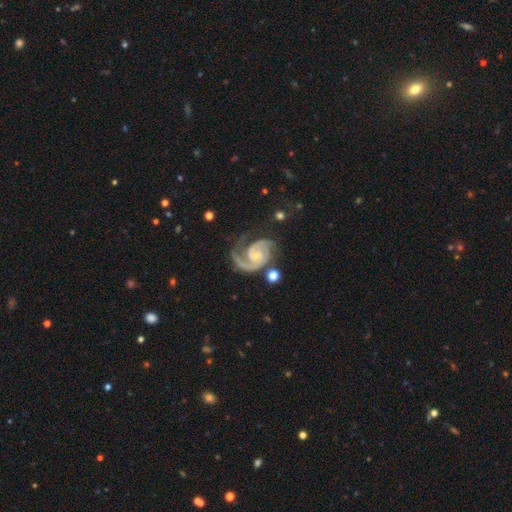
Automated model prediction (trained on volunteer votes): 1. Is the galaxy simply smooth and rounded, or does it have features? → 93% featured or disk, 4% star or artifact, 3% smooth.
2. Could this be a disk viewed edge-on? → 98% no, 2% yes.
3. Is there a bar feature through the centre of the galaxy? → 61% no, 30% weak, 8% strong.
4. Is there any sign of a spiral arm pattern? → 98% yes, 2% no.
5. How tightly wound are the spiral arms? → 52% medium, 38% tight, 10% loose.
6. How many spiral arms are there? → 81% 2, 8% 3, 4% 1, 3% can't tell, 2% 4, 2% more than 4.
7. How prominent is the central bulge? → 74% small, 19% moderate, 5% none, 1% large, 1% dominant.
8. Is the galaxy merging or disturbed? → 63% none, 20% minor disturbance, 13% major disturbance, 4% merger.